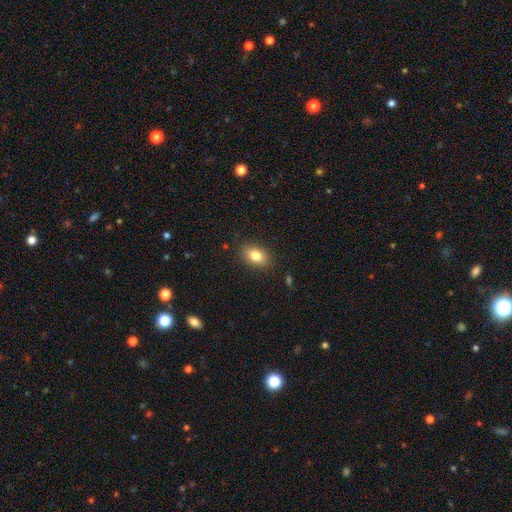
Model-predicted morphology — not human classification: Smooth or featured? smooth (81%)
How rounded? in between (84%)
Merging? none (87%)